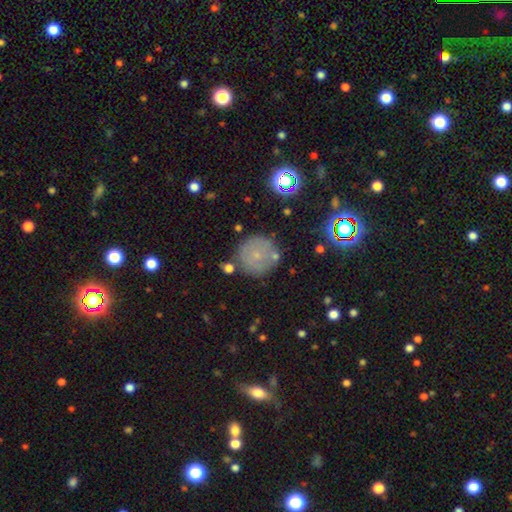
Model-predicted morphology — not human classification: smooth-or-featured: smooth: 58% | featured or disk: 27% | star or artifact: 15%
  how-rounded: round: 94% | in between: 5% | cigar-shaped: 1%
  merging: none: 78% | minor disturbance: 13% | merger: 5% | major disturbance: 4%